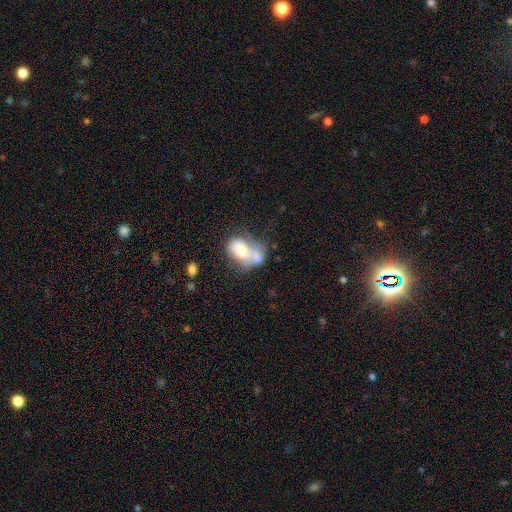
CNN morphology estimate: Smooth or featured: smooth — 58% (featured or disk — 33%)
How rounded: in between — 67% (round — 32%)
Merging: merger — 65% (none — 15%)